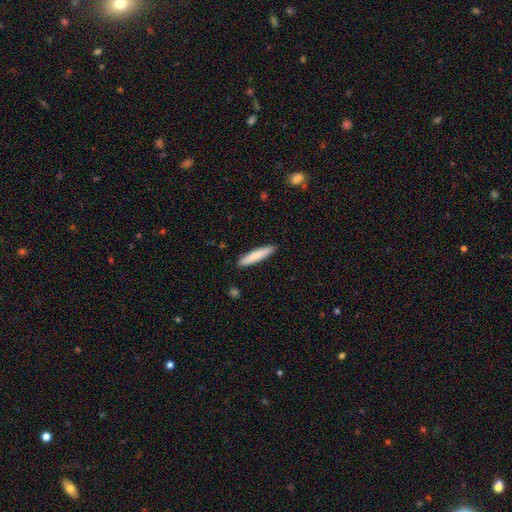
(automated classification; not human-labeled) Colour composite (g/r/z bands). It shows a smooth galaxy with no disk features (82%) that is cigar-shaped (88%). Merging: none (89%).